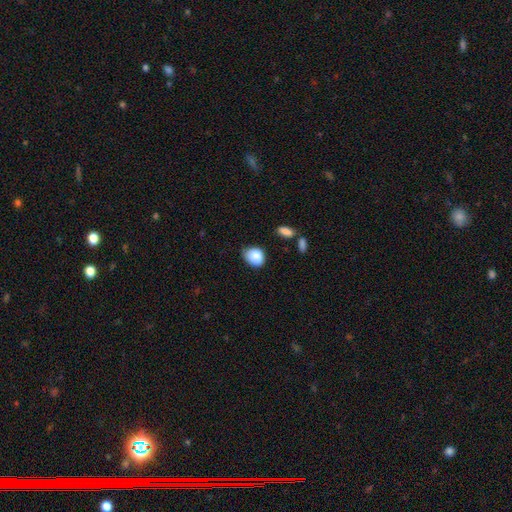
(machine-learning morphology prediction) Smooth or featured?
  - smooth: 86% *
  - star or artifact: 8%
  - featured or disk: 6%
How rounded?
  - in between: 52% *
  - round: 47%
  - cigar-shaped: 1%
Merging?
  - none: 62% *
  - minor disturbance: 30%
  - major disturbance: 5%
  - merger: 3%